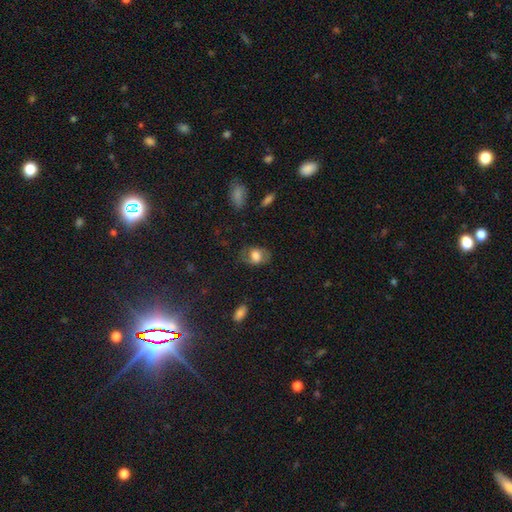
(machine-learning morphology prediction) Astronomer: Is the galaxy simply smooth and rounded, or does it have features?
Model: smooth — 60%.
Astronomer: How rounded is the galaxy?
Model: in between — 78%.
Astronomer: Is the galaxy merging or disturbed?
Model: none — 66%.